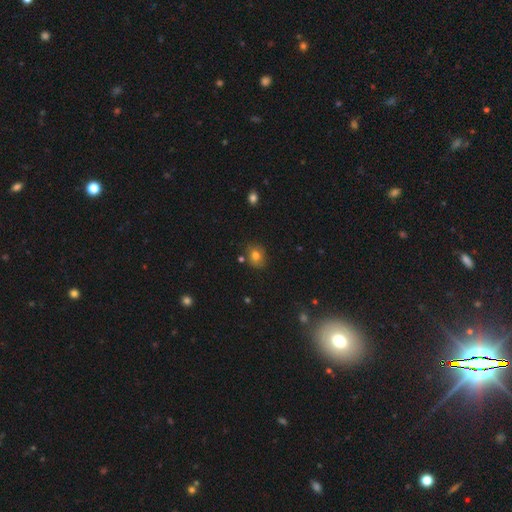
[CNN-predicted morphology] Smooth or featured? smooth (75%)
How rounded? round (60%)
Merging? none (76%)